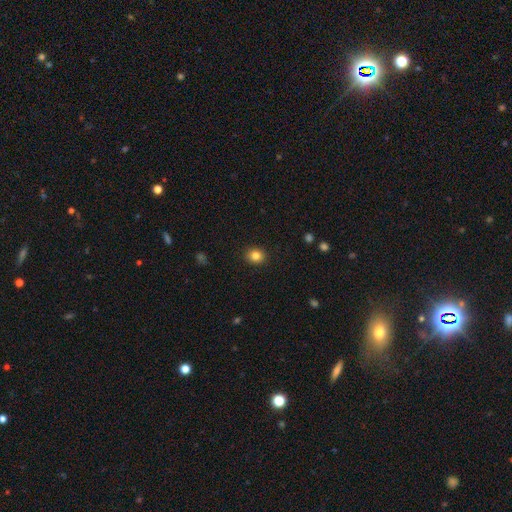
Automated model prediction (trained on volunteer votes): A smooth galaxy with no disk features (83%) that is round (69%). Merging: none (90%).